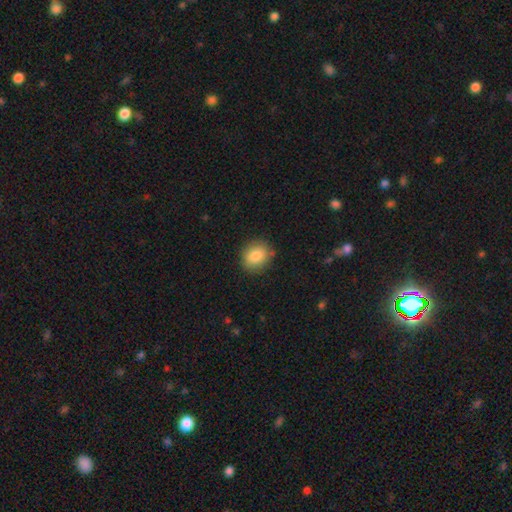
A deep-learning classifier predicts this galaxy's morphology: Q: Smooth or featured?
A: smooth (86%); runner-up: star or artifact (8%)
Q: How rounded?
A: round (62%); runner-up: in between (37%)
Q: Merging?
A: none (84%); runner-up: minor disturbance (12%)